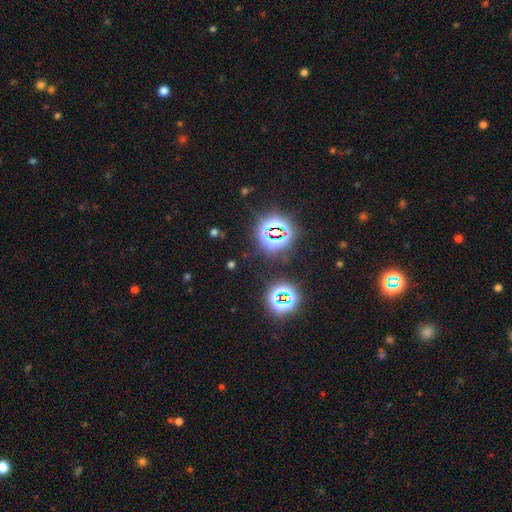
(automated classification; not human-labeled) Morphology: type=star or artifact (80%).